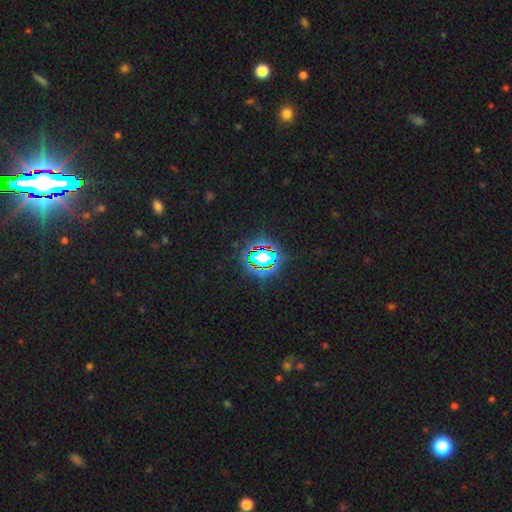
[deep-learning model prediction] Smooth or featured: star or artifact — 79% (smooth — 14%)